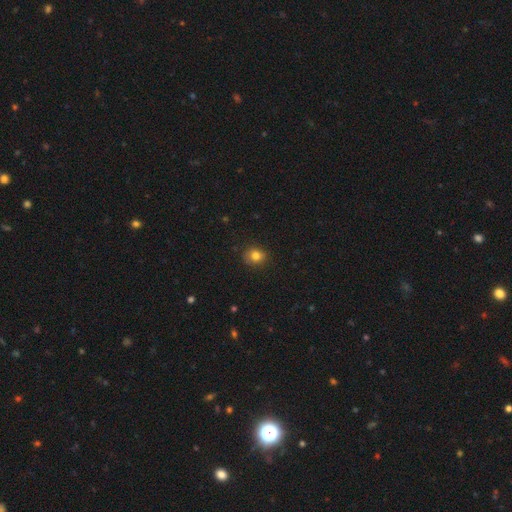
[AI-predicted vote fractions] smooth_or_featured: smooth (p=0.81) [alt: star or artifact p=0.12]
how_rounded: round (p=0.72) [alt: in between p=0.27]
merging: none (p=0.84) [alt: minor disturbance p=0.13]